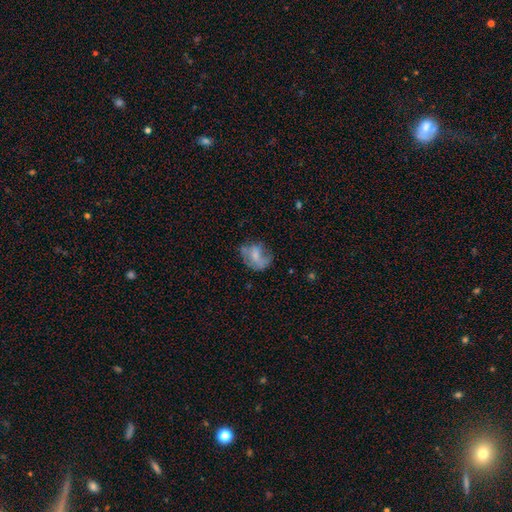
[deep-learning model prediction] A smooth galaxy with no disk features (48%). Merging: none (45%).